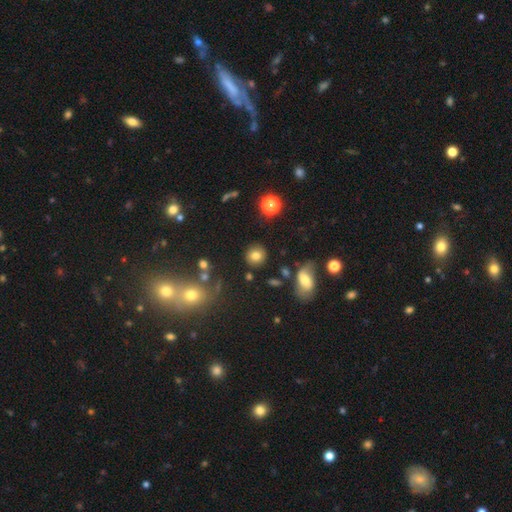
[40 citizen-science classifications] smooth 88%, star or artifact 8%, featured or disk 5%. Down the decision tree: how rounded — round (94%); merging — none (92%).